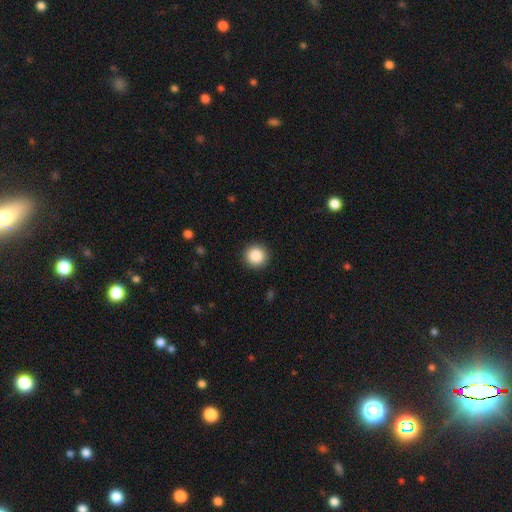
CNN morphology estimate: This appears to be a smooth galaxy with no disk features (87%) that is round (95%). Merging: none (92%).